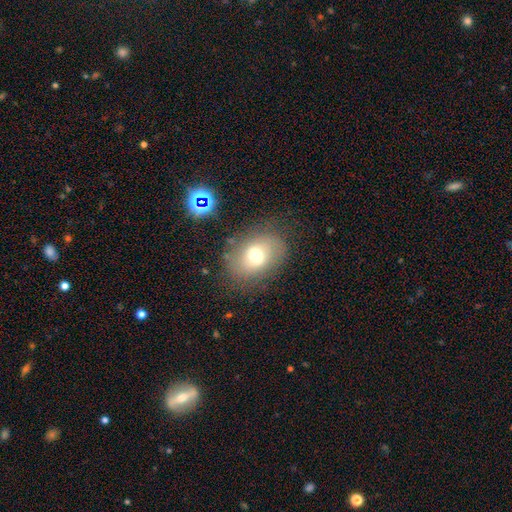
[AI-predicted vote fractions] Smooth or featured? smooth (62%)
How rounded? in between (63%)
Merging? none (75%)